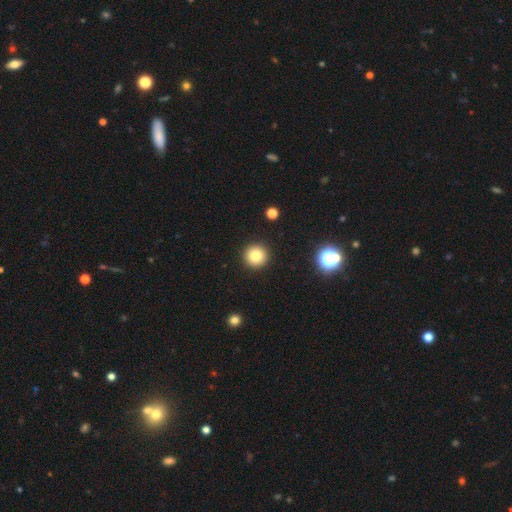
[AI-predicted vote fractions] Overall: smooth (81%). How rounded: round (96%). Merging: none (92%).